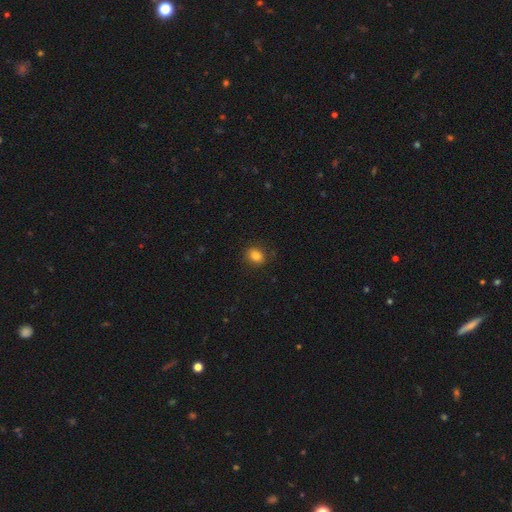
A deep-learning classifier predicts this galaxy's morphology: A smooth galaxy with no disk features (84%) that is round (57%). Merging: none (86%).